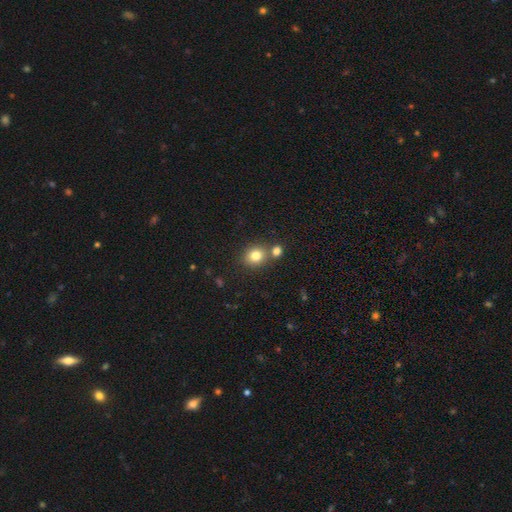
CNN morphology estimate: Overall: smooth (80%). How rounded: round (74%). Merging: none (65%).